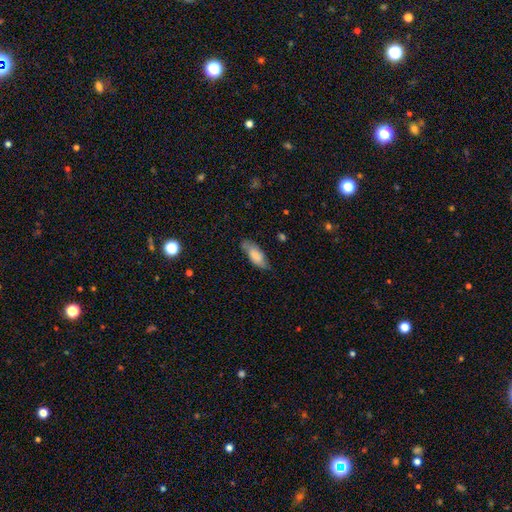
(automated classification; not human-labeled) Smooth or featured?
  - smooth: 71% *
  - featured or disk: 22%
  - star or artifact: 7%
How rounded?
  - in between: 79% *
  - cigar-shaped: 19%
  - round: 2%
Merging?
  - none: 71% *
  - minor disturbance: 23%
  - major disturbance: 5%
  - merger: 2%